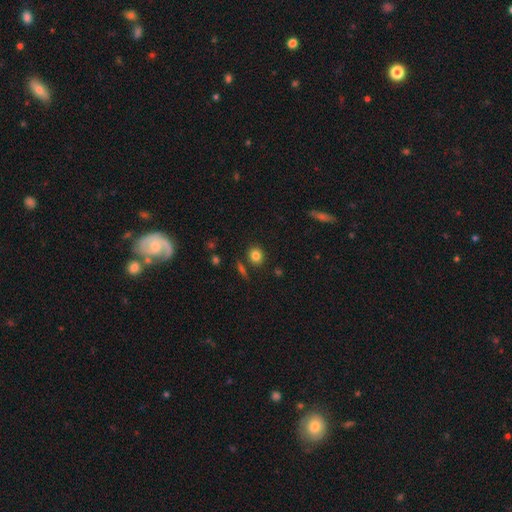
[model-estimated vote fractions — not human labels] Morphology: type=smooth (82%); roundness=round (77%); merging=none (83%).